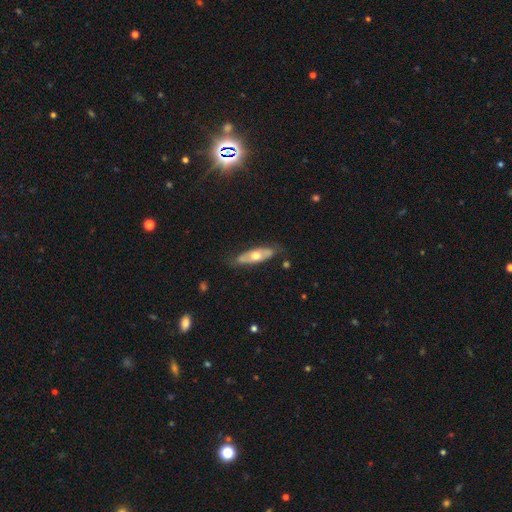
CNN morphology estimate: Smooth or featured?
  - featured or disk: 49% *
  - smooth: 46%
  - star or artifact: 5%
Merging?
  - none: 76% *
  - minor disturbance: 18%
  - major disturbance: 4%
  - merger: 2%